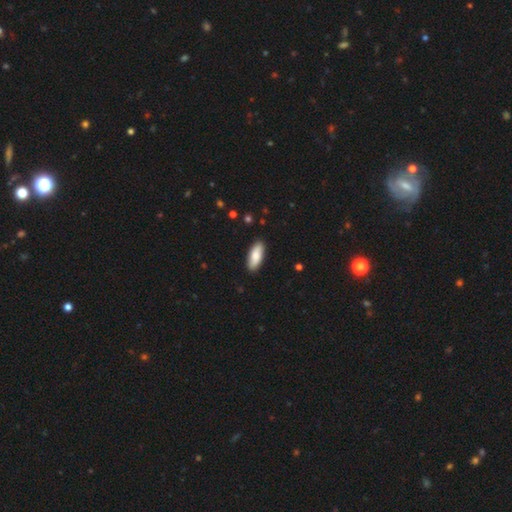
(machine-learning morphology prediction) Smooth or featured? smooth (83%)
How rounded? in between (76%)
Merging? none (89%)